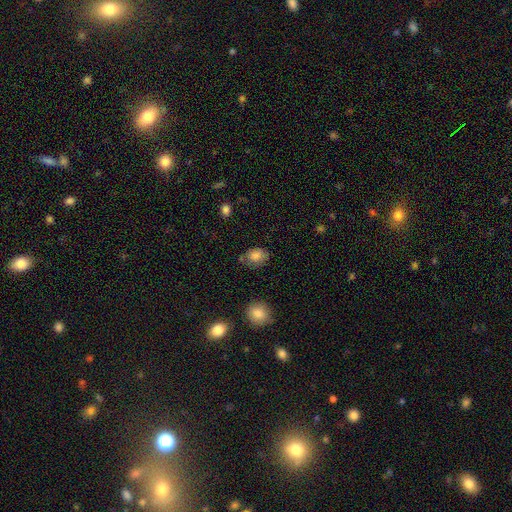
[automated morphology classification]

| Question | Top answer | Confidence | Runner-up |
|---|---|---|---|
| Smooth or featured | smooth | 81% | featured or disk (11%) |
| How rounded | in between | 65% | round (34%) |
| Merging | none | 64% | minor disturbance (25%) |